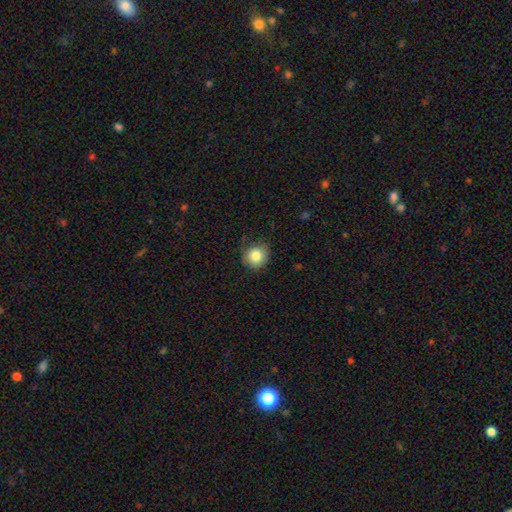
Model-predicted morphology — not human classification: A smooth galaxy with no disk features (84%) that is round (88%).

Vote fractions:
- Smooth or featured? smooth: 84% / star or artifact: 9% / featured or disk: 7%
- How rounded? round: 88% / in between: 11% / cigar-shaped: 1%
- Merging? none: 78% / minor disturbance: 17% / major disturbance: 3% / merger: 1%